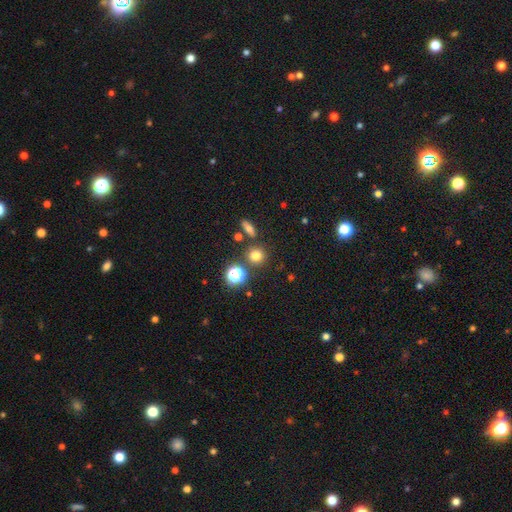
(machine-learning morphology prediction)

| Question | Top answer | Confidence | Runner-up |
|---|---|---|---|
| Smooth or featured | smooth | 73% | star or artifact (19%) |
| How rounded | round | 89% | in between (9%) |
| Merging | none | 80% | merger (9%) |